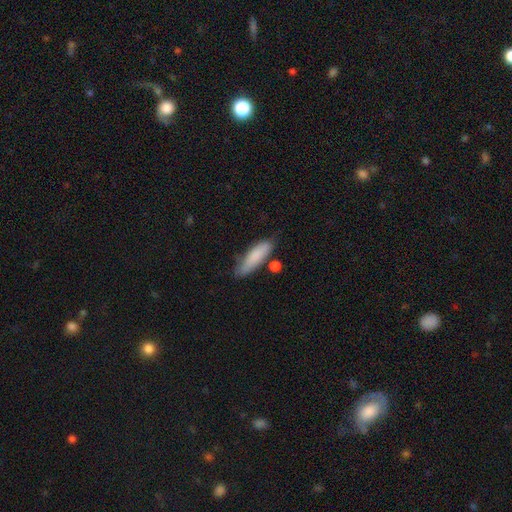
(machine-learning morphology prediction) This appears to be a smooth galaxy with no disk features (82%) that is cigar-shaped (61%). Merging: none (69%).